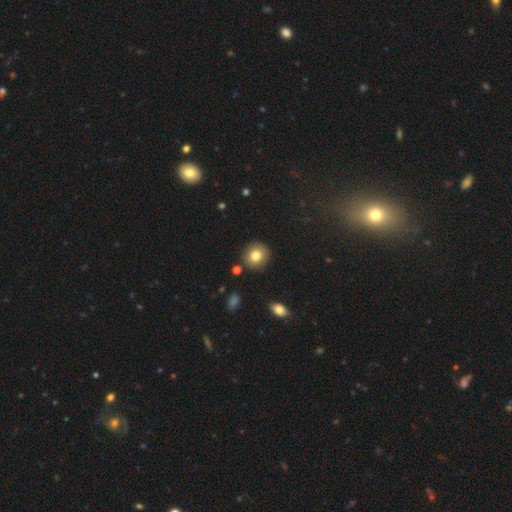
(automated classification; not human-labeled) Smooth or featured? Predicted: smooth (p=0.80). How rounded? Predicted: round (p=0.87). Merging? Predicted: none (p=0.87).